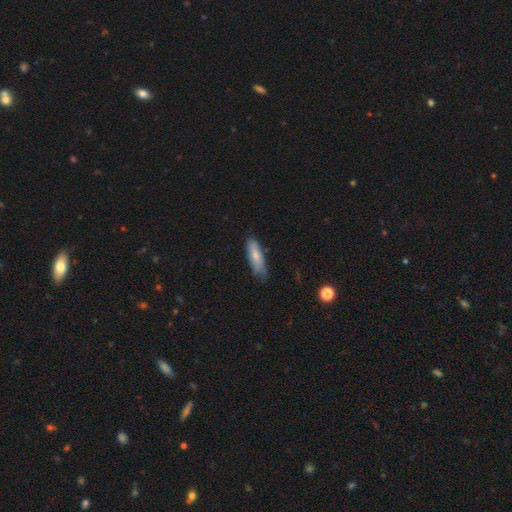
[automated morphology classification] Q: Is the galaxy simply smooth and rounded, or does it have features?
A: smooth — 77%.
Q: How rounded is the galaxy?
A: cigar-shaped — 52%.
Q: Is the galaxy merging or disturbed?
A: none — 66%.